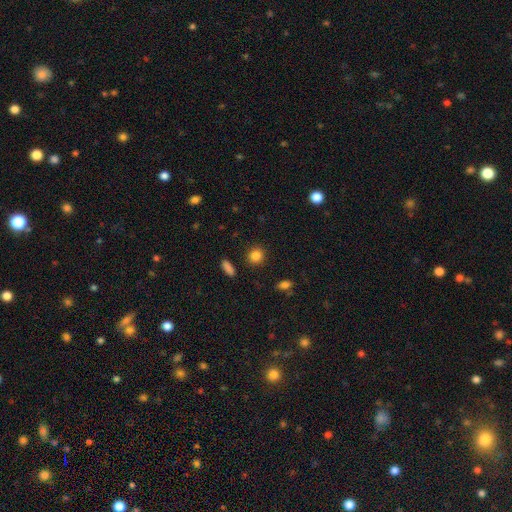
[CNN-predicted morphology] type=smooth (85%); roundness=round (83%); merging=none (90%).